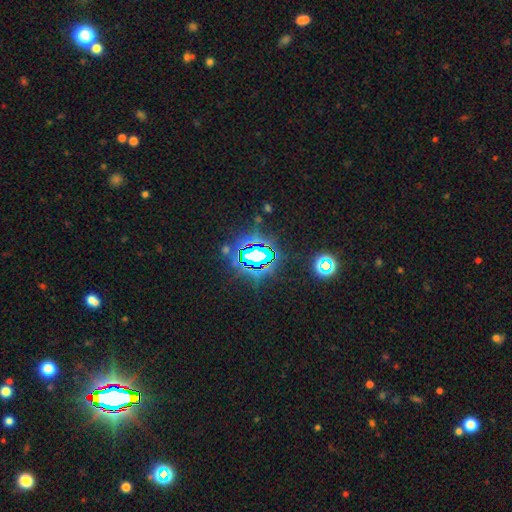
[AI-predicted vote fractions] This appears to be a star or artifact, not a galaxy (72%).